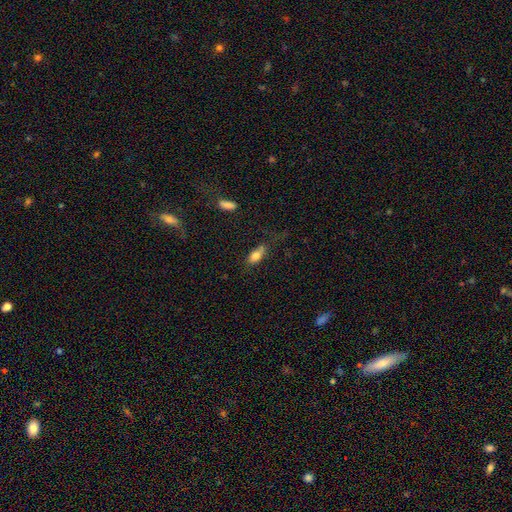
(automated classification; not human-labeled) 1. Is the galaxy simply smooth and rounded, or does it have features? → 79% smooth, 12% featured or disk, 8% star or artifact.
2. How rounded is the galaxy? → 84% in between, 11% cigar-shaped, 5% round.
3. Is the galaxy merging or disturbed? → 54% none, 25% minor disturbance, 13% major disturbance, 8% merger.